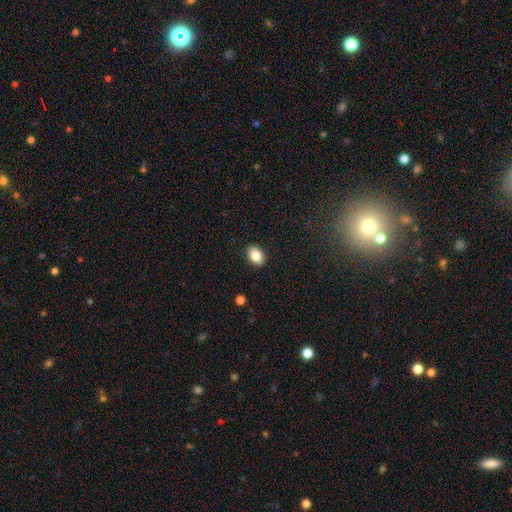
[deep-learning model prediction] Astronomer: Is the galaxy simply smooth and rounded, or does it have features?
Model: smooth — 85%.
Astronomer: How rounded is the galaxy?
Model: in between — 83%.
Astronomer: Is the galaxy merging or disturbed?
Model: none — 89%.